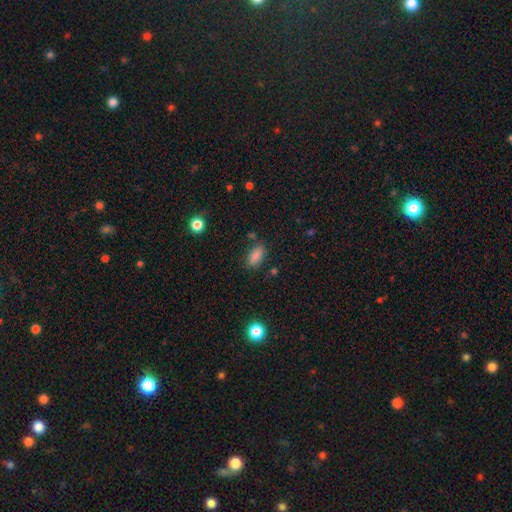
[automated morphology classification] smooth_or_featured: smooth (p=0.86) [alt: star or artifact p=0.10]
how_rounded: in between (p=0.88) [alt: cigar-shaped p=0.07]
merging: none (p=0.82) [alt: minor disturbance p=0.12]